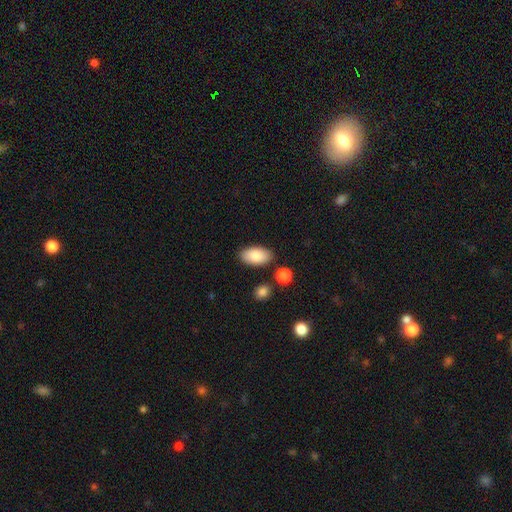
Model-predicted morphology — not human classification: This appears to be a smooth galaxy with no disk features (86%) that is in between round and cigar-shaped (94%). Merging: none (84%).